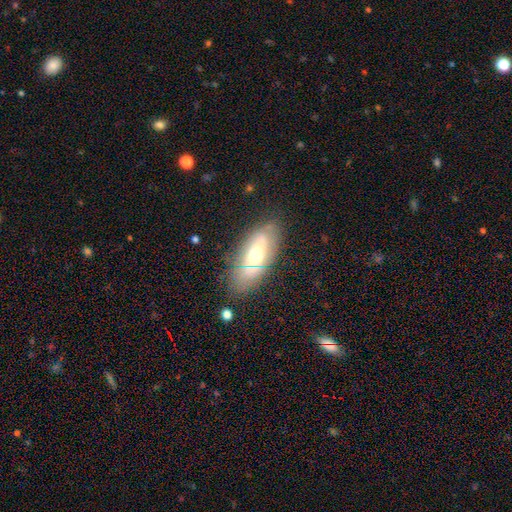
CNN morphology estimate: Q: Smooth or featured?
A: featured or disk (52%); runner-up: smooth (41%)
Q: Edge-on disk?
A: no (80%); runner-up: yes (20%)
Q: Merging?
A: none (74%); runner-up: minor disturbance (18%)